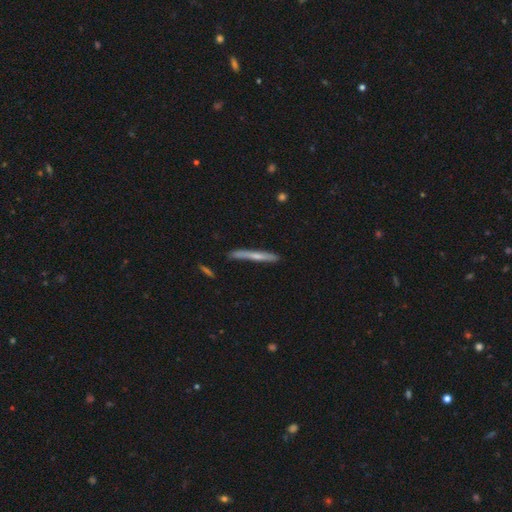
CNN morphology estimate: This appears to be a featured or disk galaxy (48%). Merging: none (81%).